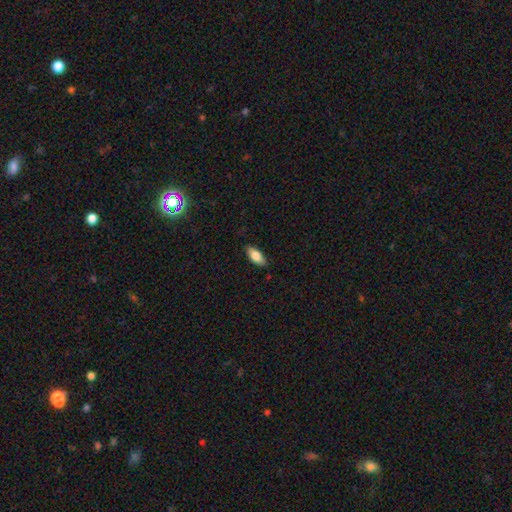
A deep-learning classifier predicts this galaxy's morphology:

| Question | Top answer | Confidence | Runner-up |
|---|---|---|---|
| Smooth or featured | smooth | 81% | featured or disk (13%) |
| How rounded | in between | 84% | cigar-shaped (14%) |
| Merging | none | 85% | minor disturbance (12%) |